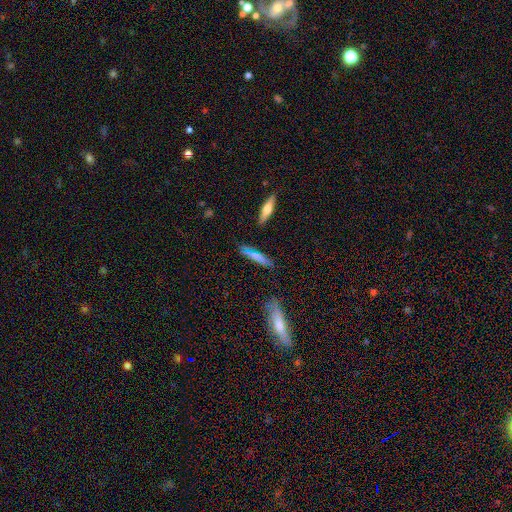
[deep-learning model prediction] Smooth or featured? Predicted: smooth (p=0.66). How rounded? Predicted: cigar-shaped (p=0.83). Merging? Predicted: none (p=0.76).